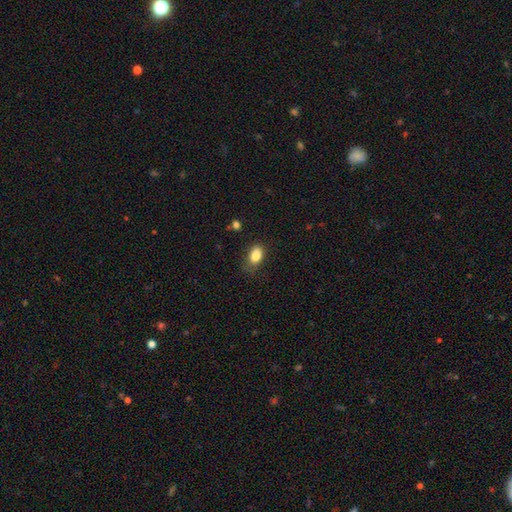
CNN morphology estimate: smooth_or_featured: smooth (p=0.85) [alt: star or artifact p=0.09]
how_rounded: in between (p=0.84) [alt: round p=0.14]
merging: none (p=0.67) [alt: minor disturbance p=0.25]